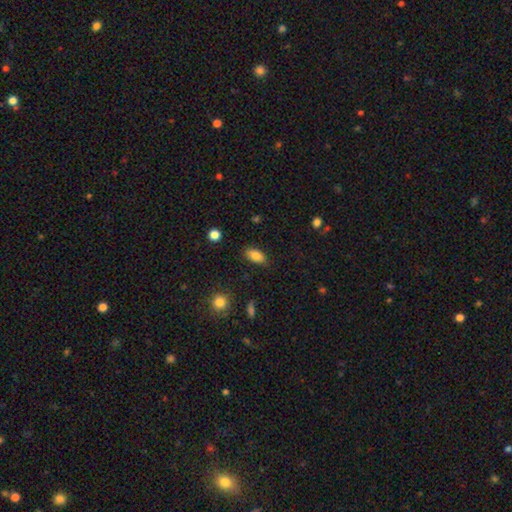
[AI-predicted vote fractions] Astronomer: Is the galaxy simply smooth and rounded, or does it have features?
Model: smooth — 84%.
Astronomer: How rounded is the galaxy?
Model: in between — 89%.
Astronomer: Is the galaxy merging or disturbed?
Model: none — 85%.